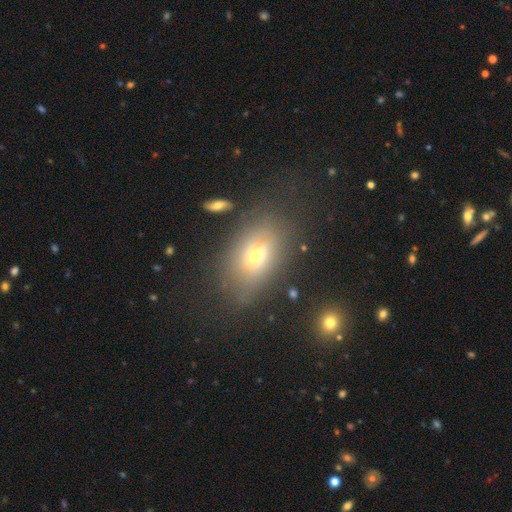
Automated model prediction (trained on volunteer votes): smooth_or_featured: smooth (p=0.59) [alt: featured or disk p=0.27]
how_rounded: in between (p=0.83) [alt: round p=0.13]
merging: none (p=0.68) [alt: minor disturbance p=0.18]